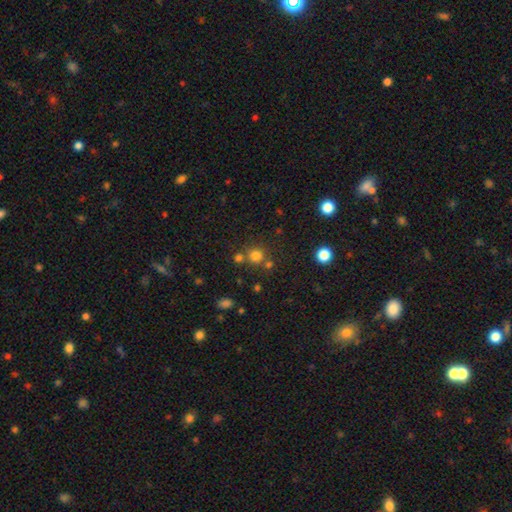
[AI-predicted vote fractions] smooth 76%, star or artifact 18%, featured or disk 7%. Down the decision tree: how rounded — round (91%); merging — none (70%).